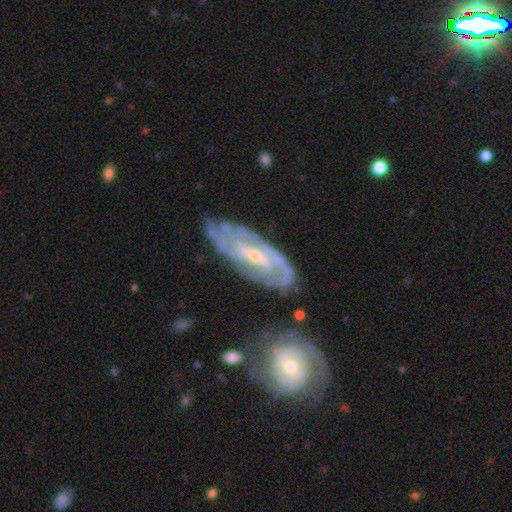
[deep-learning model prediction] A featured or disk galaxy (87%) with a weak bar (44%), 2 (43%) tight (62%) spiral arms (94%) and a small central bulge (67%).

Vote fractions:
- Smooth or featured? featured or disk: 87% / smooth: 8% / star or artifact: 5%
- Edge-on disk? no: 91% / yes: 9%
- Bar? weak: 44% / strong: 33% / no: 24%
- Spiral arms? yes: 94% / no: 6%
- Spiral winding? tight: 62% / medium: 31% / loose: 7%
- Spiral arm count? 2: 43% / can't tell: 29% / 3: 15% / 4: 6% / 1: 4% / more than 4: 4%
- Bulge size? small: 67% / moderate: 29% / none: 2% / large: 1% / dominant: 1%
- Merging? none: 70% / minor disturbance: 18% / major disturbance: 6% / merger: 6%